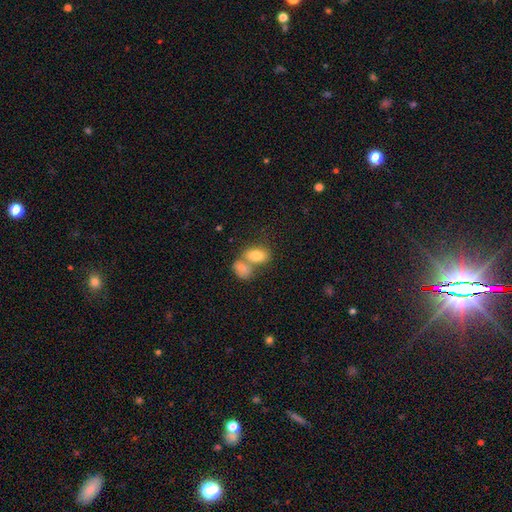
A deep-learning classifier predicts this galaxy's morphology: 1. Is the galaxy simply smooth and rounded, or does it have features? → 79% smooth, 12% featured or disk, 9% star or artifact.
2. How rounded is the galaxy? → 88% in between, 9% round, 3% cigar-shaped.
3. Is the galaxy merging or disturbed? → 58% merger, 29% none, 9% minor disturbance, 4% major disturbance.